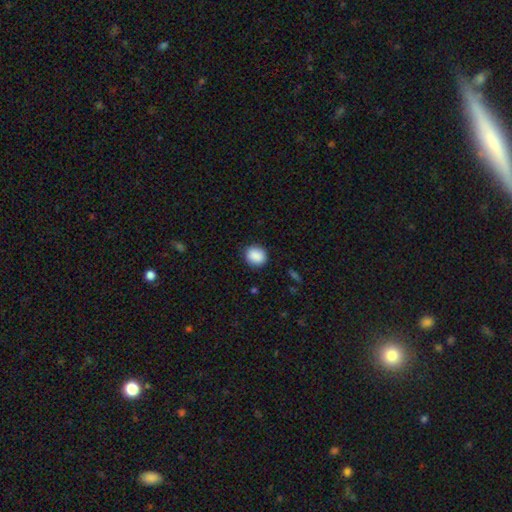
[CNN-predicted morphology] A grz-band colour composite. It shows a smooth galaxy with no disk features (89%) that is round (68%). Merging: none (87%).